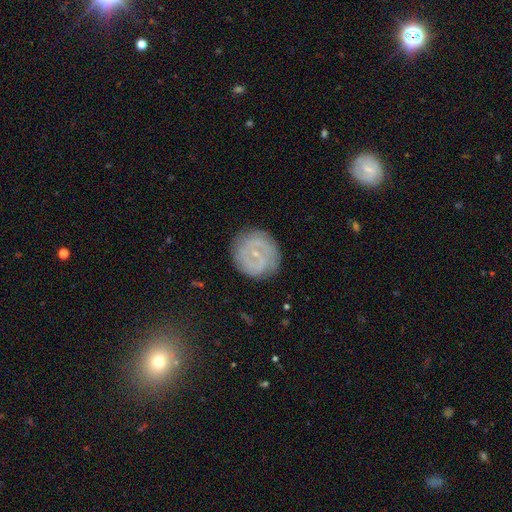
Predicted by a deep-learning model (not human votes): Smooth or featured? Predicted: featured or disk (p=0.71). Edge-on disk? Predicted: no (p=0.97). Bar? Predicted: no (p=0.50). Spiral arms? Predicted: yes (p=0.85). Spiral winding? Predicted: tight (p=0.59). Spiral arm count? Predicted: 2 (p=0.49). Bulge size? Predicted: small (p=0.80). Merging? Predicted: none (p=0.81).